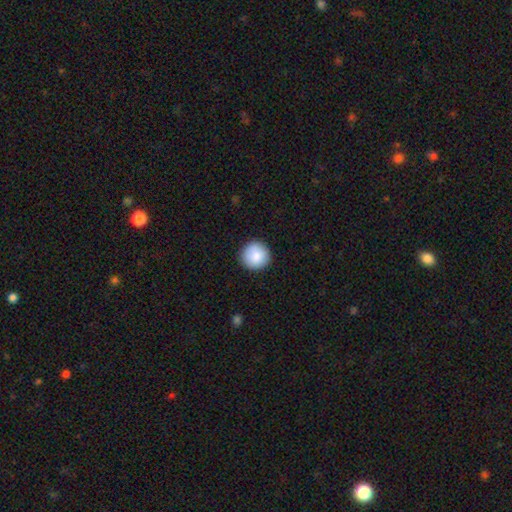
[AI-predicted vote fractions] Smooth or featured?
  - smooth: 87% *
  - star or artifact: 7%
  - featured or disk: 5%
How rounded?
  - round: 95% *
  - in between: 4%
  - cigar-shaped: 1%
Merging?
  - none: 91% *
  - minor disturbance: 7%
  - major disturbance: 2%
  - merger: 1%